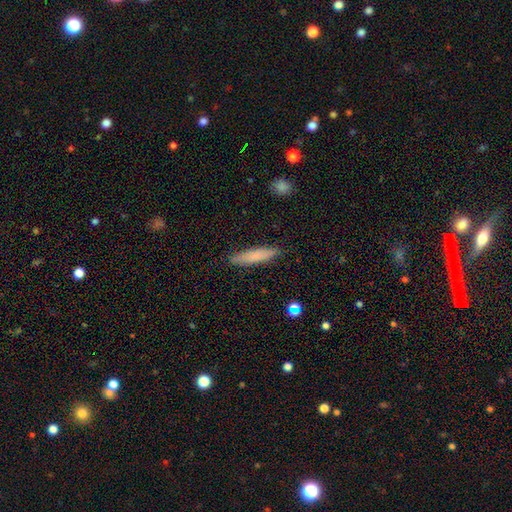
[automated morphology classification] Overall: smooth (77%). How rounded: cigar-shaped (86%). Merging: none (89%).